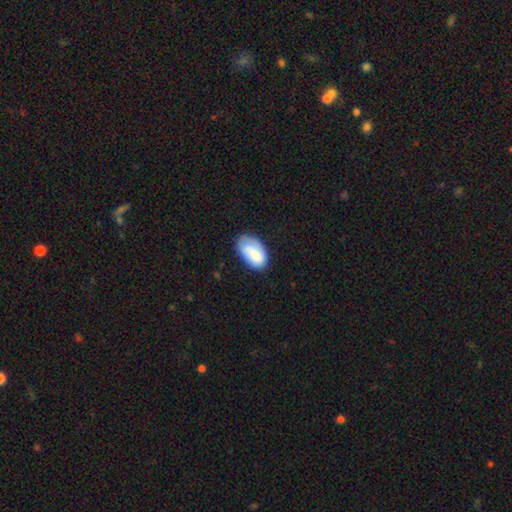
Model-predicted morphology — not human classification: A smooth galaxy with no disk features (75%) that is in between round and cigar-shaped (94%).

Vote fractions:
- Smooth or featured? smooth: 75% / featured or disk: 19% / star or artifact: 7%
- How rounded? in between: 94% / round: 5% / cigar-shaped: 2%
- Merging? none: 62% / minor disturbance: 29% / major disturbance: 8% / merger: 2%